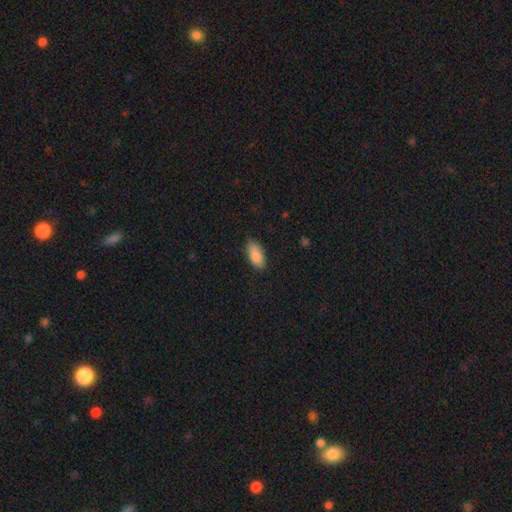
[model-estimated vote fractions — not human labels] Overall: smooth (88%). How rounded: in between (90%). Merging: none (80%).